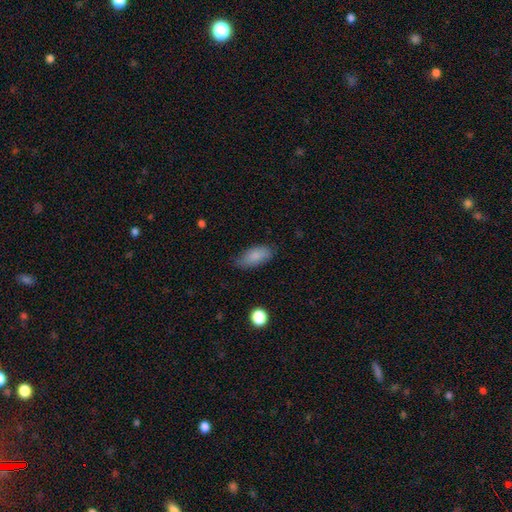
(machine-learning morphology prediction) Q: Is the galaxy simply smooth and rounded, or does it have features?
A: smooth — 84%.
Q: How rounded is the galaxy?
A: in between — 87%.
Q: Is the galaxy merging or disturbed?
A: none — 76%.